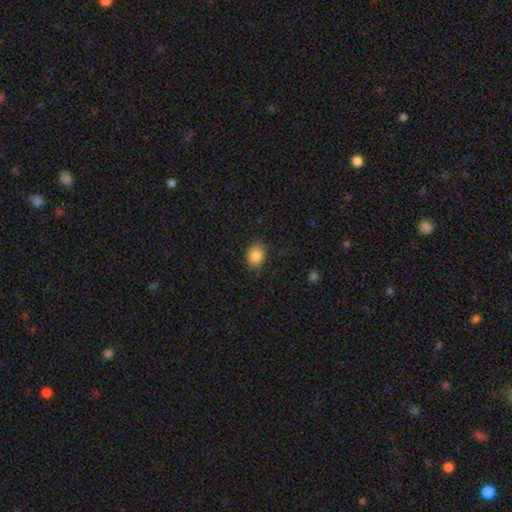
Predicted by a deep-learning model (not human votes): Smooth or featured: smooth — 86% (star or artifact — 9%)
How rounded: in between — 63% (round — 36%)
Merging: none — 81% (minor disturbance — 15%)